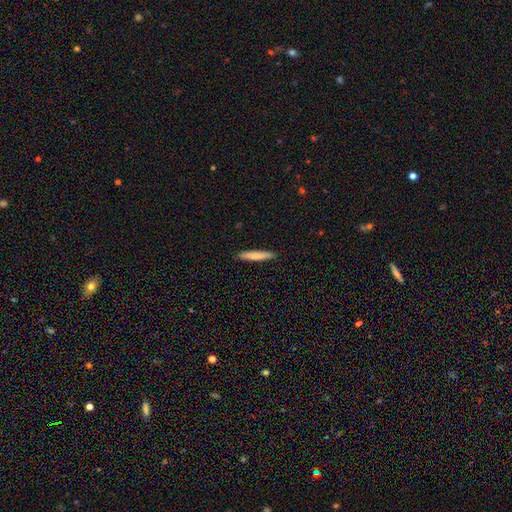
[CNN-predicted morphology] Smooth or featured?
  - smooth: 74% *
  - featured or disk: 20%
  - star or artifact: 5%
How rounded?
  - cigar-shaped: 94% *
  - in between: 5%
  - round: 1%
Merging?
  - none: 90% *
  - minor disturbance: 7%
  - major disturbance: 1%
  - merger: 1%